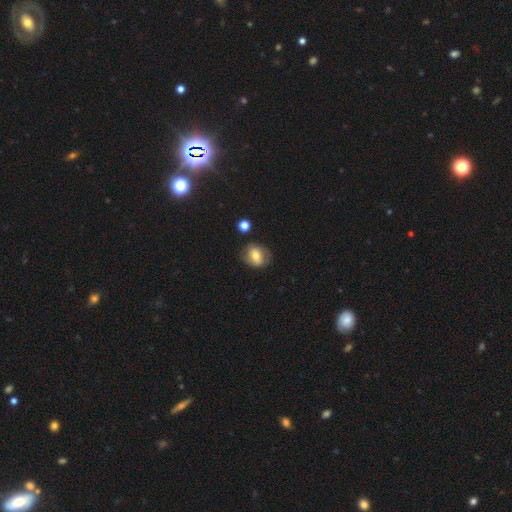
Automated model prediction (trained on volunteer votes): Morphology: type=smooth (63%); roundness=round (60%); merging=none (74%).